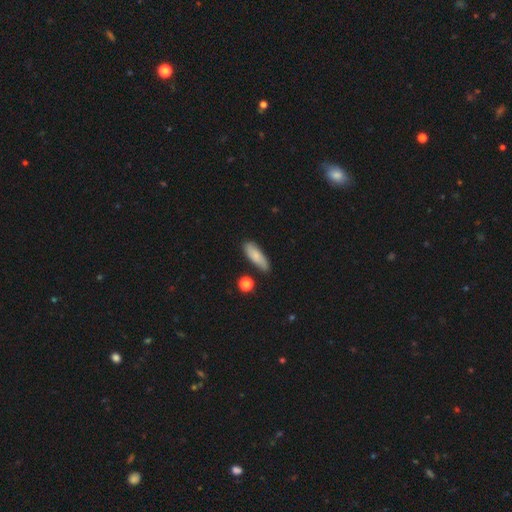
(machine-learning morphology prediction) type=smooth (75%); roundness=in between (59%); merging=none (73%).